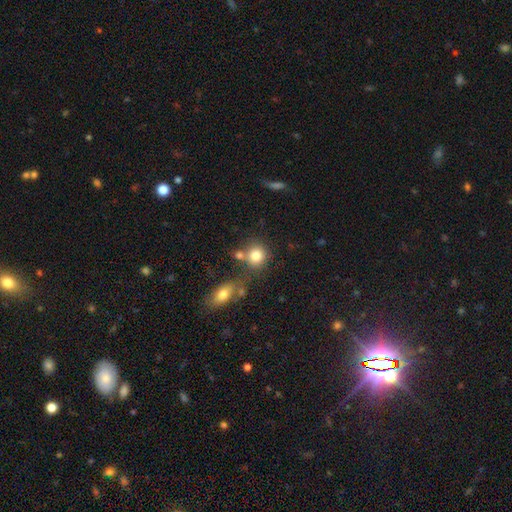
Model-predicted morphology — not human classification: A smooth galaxy with no disk features (81%) that is round (81%). Merging: none (59%).